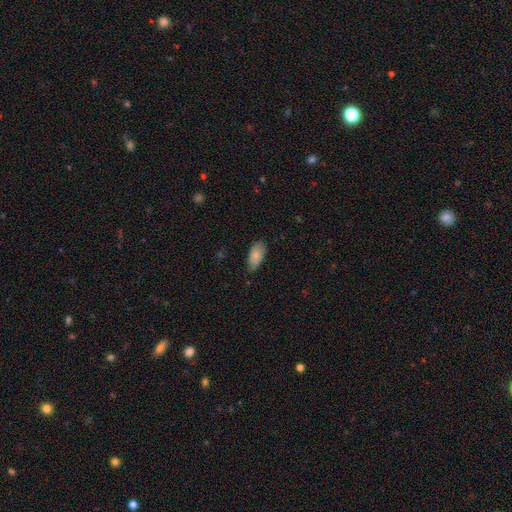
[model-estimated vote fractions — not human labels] Q: Smooth or featured?
A: smooth (82%); runner-up: featured or disk (12%)
Q: How rounded?
A: in between (92%); runner-up: cigar-shaped (6%)
Q: Merging?
A: none (71%); runner-up: minor disturbance (24%)